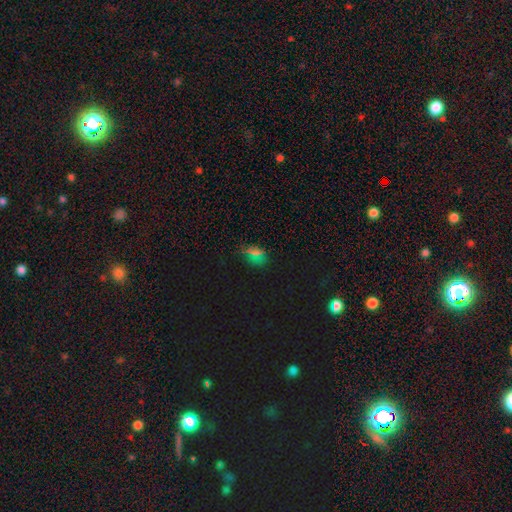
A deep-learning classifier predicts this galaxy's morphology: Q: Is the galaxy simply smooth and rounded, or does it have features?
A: star or artifact — 49%.